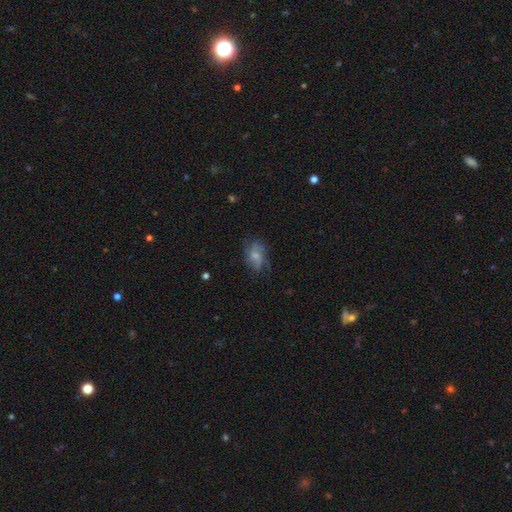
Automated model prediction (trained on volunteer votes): smooth-or-featured: smooth: 46% | featured or disk: 44% | star or artifact: 11%
  merging: none: 54% | minor disturbance: 26% | major disturbance: 19% | merger: 2%